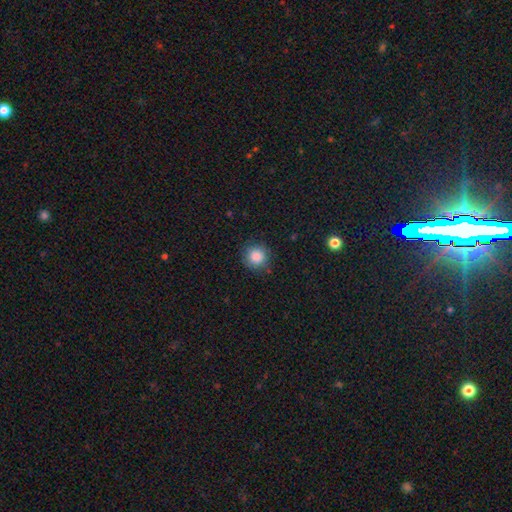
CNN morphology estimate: Q: Smooth or featured?
A: smooth (86%); runner-up: star or artifact (10%)
Q: How rounded?
A: round (94%); runner-up: in between (5%)
Q: Merging?
A: none (84%); runner-up: minor disturbance (12%)